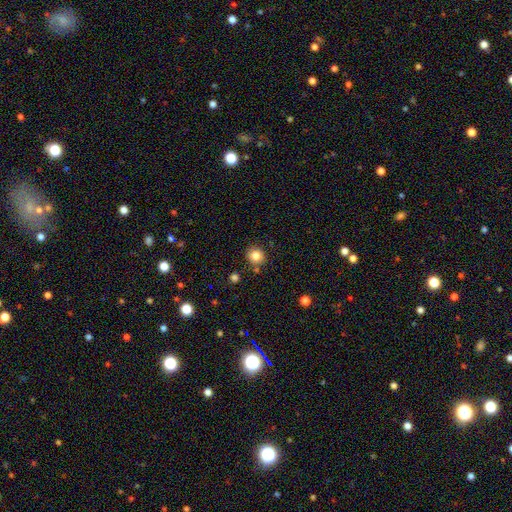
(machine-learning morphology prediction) Smooth or featured?
  - smooth: 82% *
  - star or artifact: 11%
  - featured or disk: 7%
How rounded?
  - round: 89% *
  - in between: 10%
  - cigar-shaped: 1%
Merging?
  - none: 84% *
  - minor disturbance: 8%
  - merger: 5%
  - major disturbance: 2%